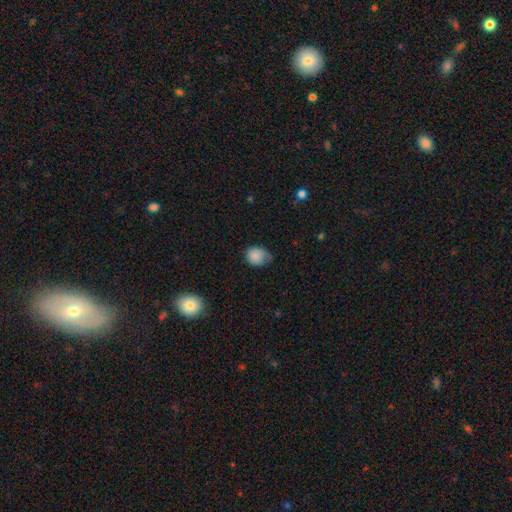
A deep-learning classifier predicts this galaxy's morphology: The model was most divided on "merging": none: 44%, minor disturbance: 42%, major disturbance: 12%, merger: 2%. More confident: smooth or featured — smooth (85%); how rounded — round (62%).